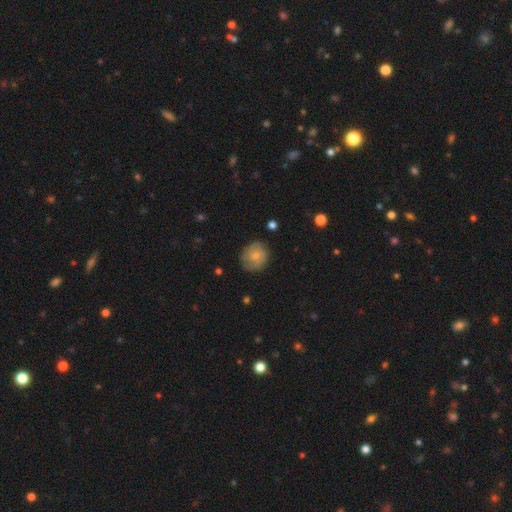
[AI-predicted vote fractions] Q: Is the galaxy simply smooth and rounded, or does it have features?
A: smooth — 65%.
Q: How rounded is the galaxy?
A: round — 77%.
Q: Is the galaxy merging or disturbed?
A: none — 75%.